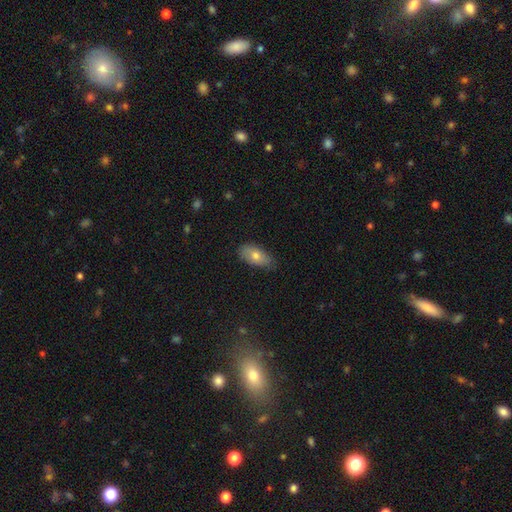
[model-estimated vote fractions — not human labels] Overall: smooth (71%). How rounded: in between (89%). Merging: none (78%).